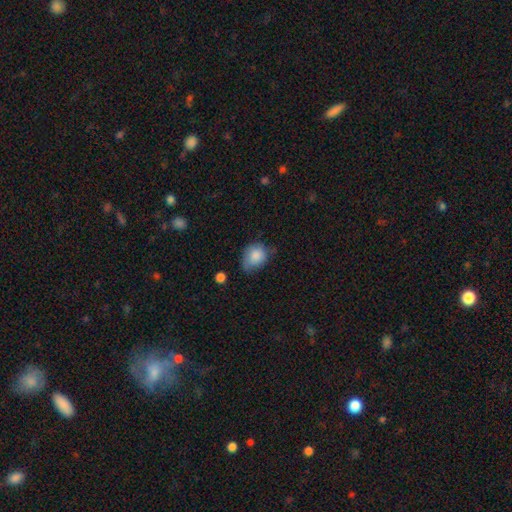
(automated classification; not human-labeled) Morphology: type=smooth (84%); roundness=round (51%); merging=none (49%).